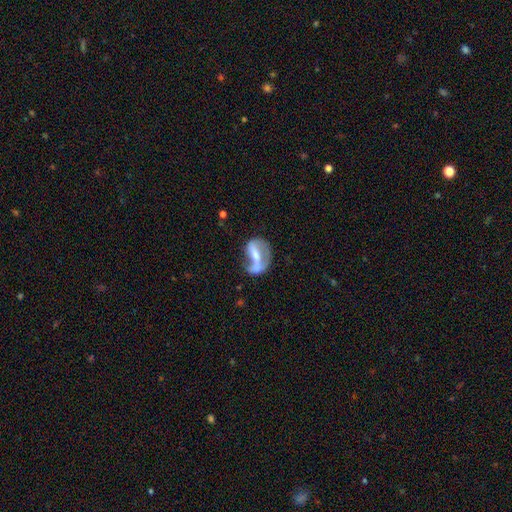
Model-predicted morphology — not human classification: Smooth or featured: featured or disk — 58% (smooth — 34%)
Edge-on disk: no — 94% (yes — 6%)
Bar: strong — 36% (no — 32%)
Spiral arms: no — 53% (yes — 47%)
Bulge size: moderate — 43% (small — 33%)
Merging: major disturbance — 33% (none — 29%)